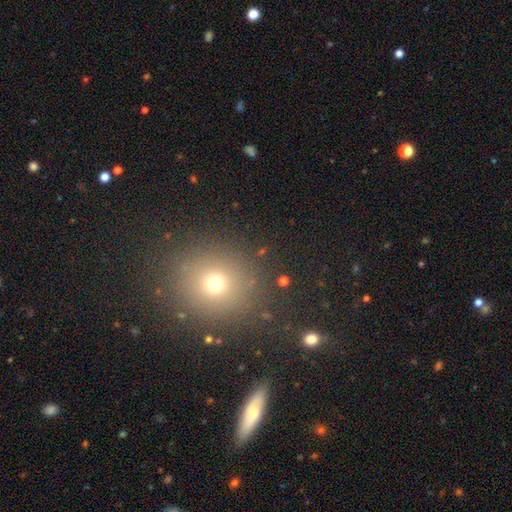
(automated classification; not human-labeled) smooth 60%, star or artifact 29%, featured or disk 11%. Down the decision tree: how rounded — round (82%); merging — none (86%).